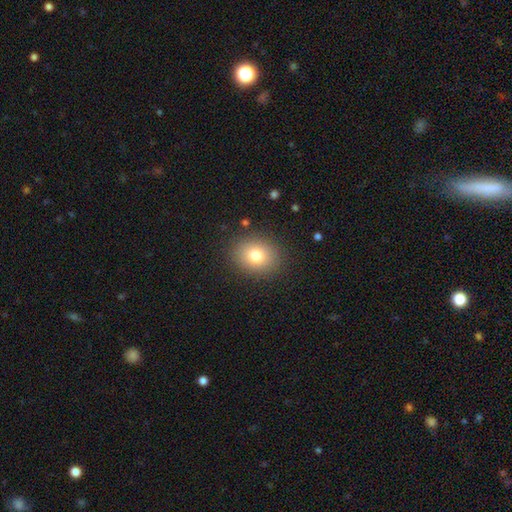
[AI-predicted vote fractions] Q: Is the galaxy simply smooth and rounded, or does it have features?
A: smooth — 78%.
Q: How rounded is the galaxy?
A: round — 58%.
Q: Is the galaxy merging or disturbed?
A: none — 88%.